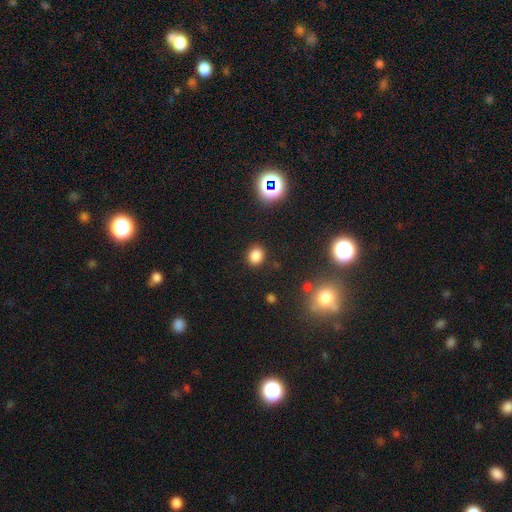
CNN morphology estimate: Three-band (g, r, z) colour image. It shows a smooth galaxy with no disk features (80%) that is round (53%). Merging: none (86%).